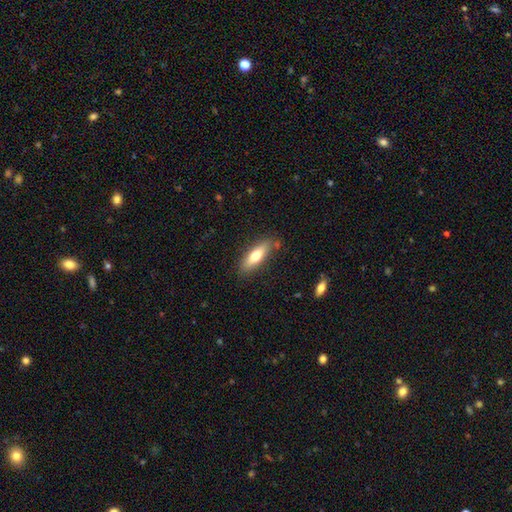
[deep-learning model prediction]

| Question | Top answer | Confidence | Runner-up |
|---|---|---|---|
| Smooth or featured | smooth | 66% | featured or disk (28%) |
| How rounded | cigar-shaped | 50% | in between (48%) |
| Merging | none | 82% | minor disturbance (13%) |